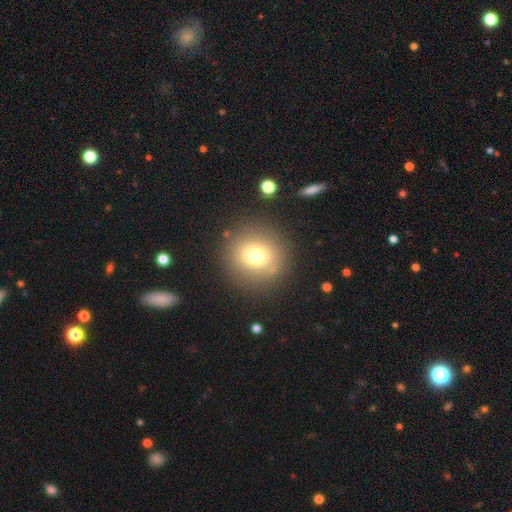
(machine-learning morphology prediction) Q: Smooth or featured?
A: smooth (71%); runner-up: featured or disk (15%)
Q: How rounded?
A: round (90%); runner-up: in between (9%)
Q: Merging?
A: none (83%); runner-up: minor disturbance (9%)